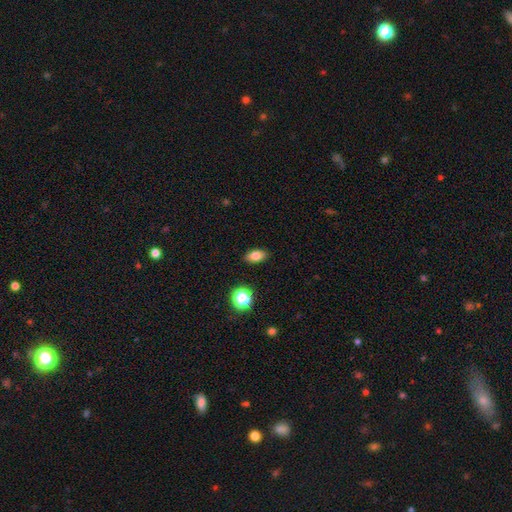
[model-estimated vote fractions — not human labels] A smooth galaxy with no disk features (80%) that is in between round and cigar-shaped (86%). Merging: none (88%).